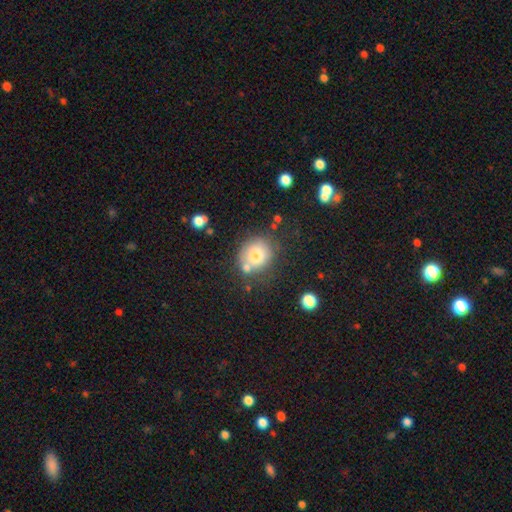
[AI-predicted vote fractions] Smooth or featured? smooth (75%)
How rounded? round (76%)
Merging? none (64%)